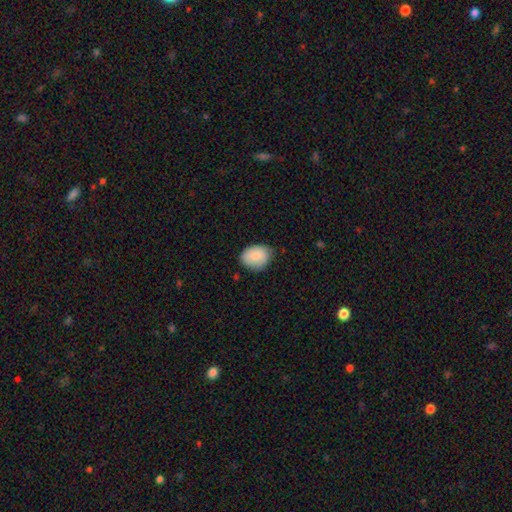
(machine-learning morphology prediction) smooth_or_featured: smooth (p=0.84) [alt: featured or disk p=0.09]
how_rounded: in between (p=0.60) [alt: round p=0.39]
merging: none (p=0.71) [alt: minor disturbance p=0.24]